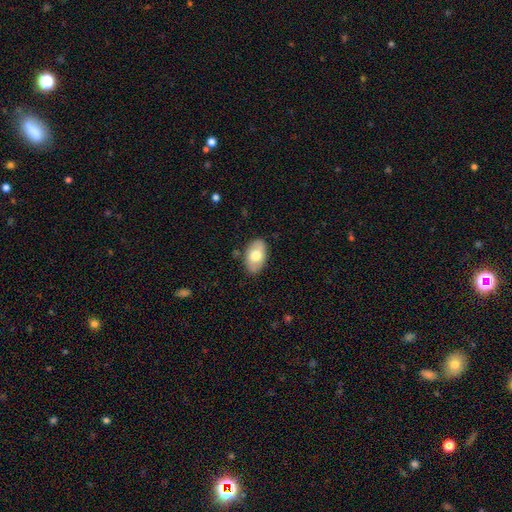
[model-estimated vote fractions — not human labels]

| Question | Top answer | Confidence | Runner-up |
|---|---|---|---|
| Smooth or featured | smooth | 69% | featured or disk (25%) |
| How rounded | in between | 93% | round (5%) |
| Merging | none | 84% | minor disturbance (12%) |